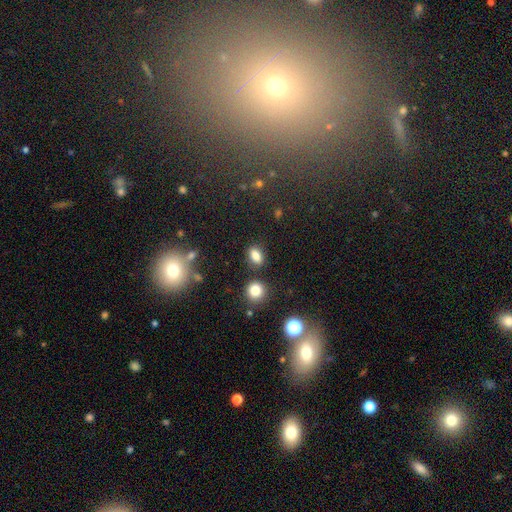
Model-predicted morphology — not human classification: A smooth galaxy with no disk features (82%) that is in between round and cigar-shaped (80%). Merging: none (77%).